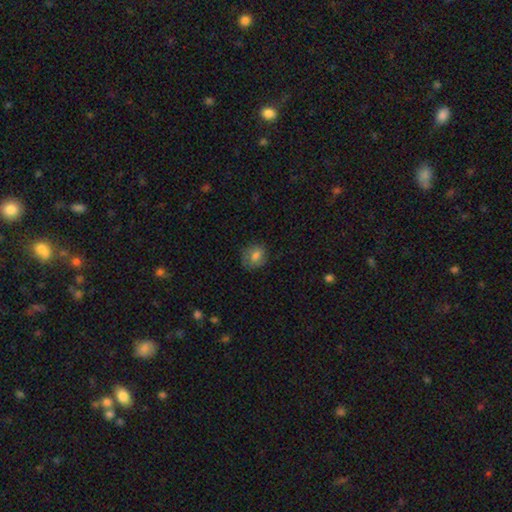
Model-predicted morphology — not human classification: Smooth or featured?
  - smooth: 74% *
  - featured or disk: 16%
  - star or artifact: 9%
How rounded?
  - round: 58% *
  - in between: 41%
  - cigar-shaped: 1%
Merging?
  - none: 72% *
  - minor disturbance: 20%
  - major disturbance: 6%
  - merger: 1%